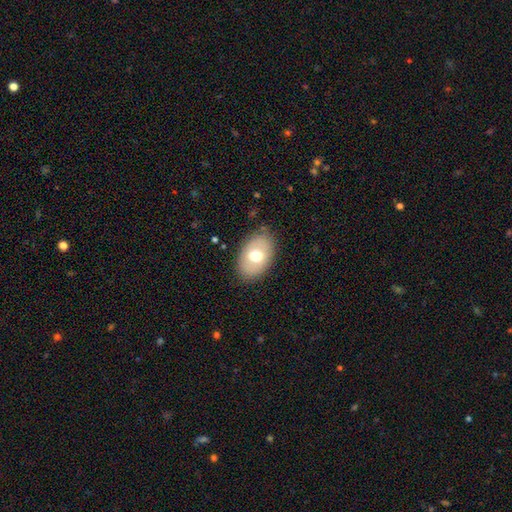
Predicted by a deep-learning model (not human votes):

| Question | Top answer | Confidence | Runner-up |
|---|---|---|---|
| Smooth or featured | smooth | 66% | featured or disk (26%) |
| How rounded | in between | 85% | round (14%) |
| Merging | none | 83% | minor disturbance (12%) |